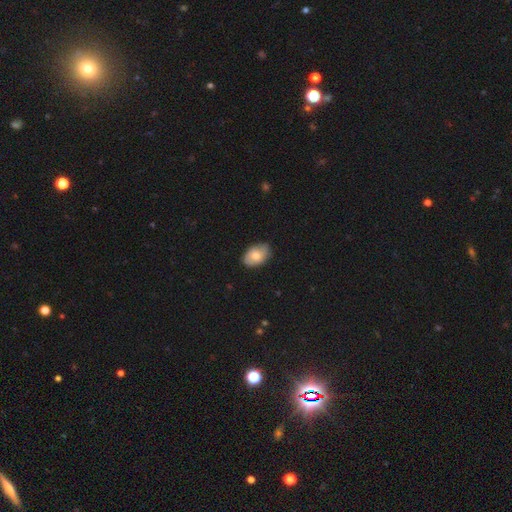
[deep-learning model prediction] Overall: smooth (74%). How rounded: in between (88%). Merging: none (79%).